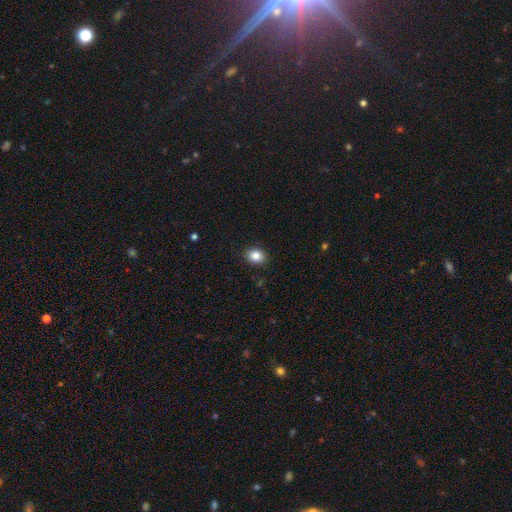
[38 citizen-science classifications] Smooth or featured: smooth — 84% (featured or disk — 8%)
How rounded: in between — 72% (round — 28%)
Merging: none — 91% (minor disturbance — 9%)